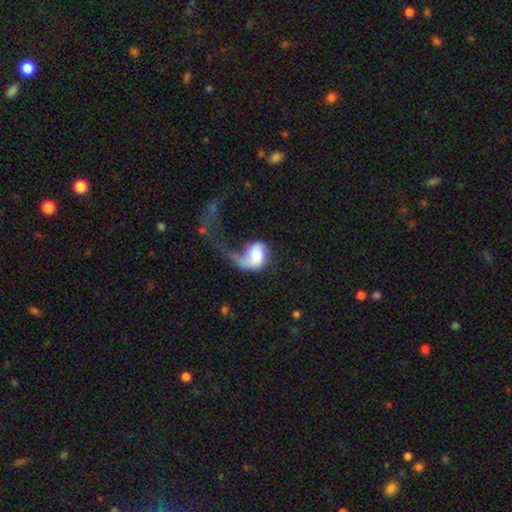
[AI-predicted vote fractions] smooth 47%, featured or disk 46%, star or artifact 7%. Down the decision tree: merging — major disturbance (67%).